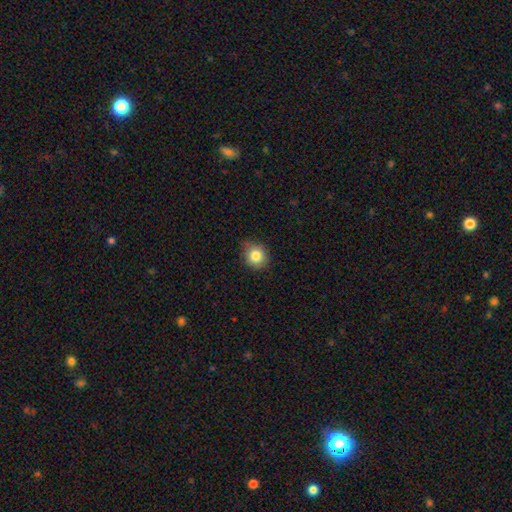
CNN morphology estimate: This is clearly a smooth galaxy (83%). How rounded: clearly round (85%). Merging: clearly none (81%).